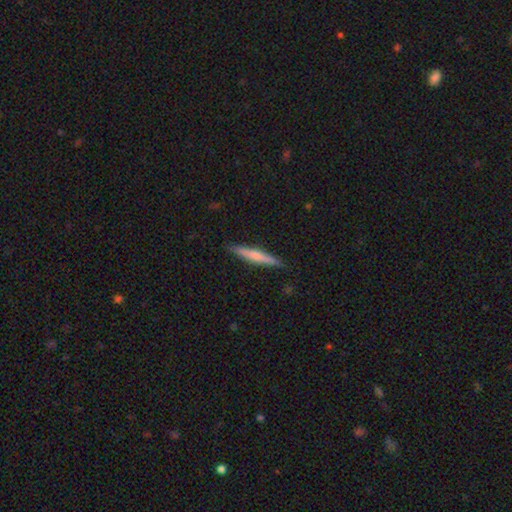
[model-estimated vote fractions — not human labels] Overall: smooth (52%; featured or disk 42%). How rounded: cigar-shaped (94%). Merging: none (89%).